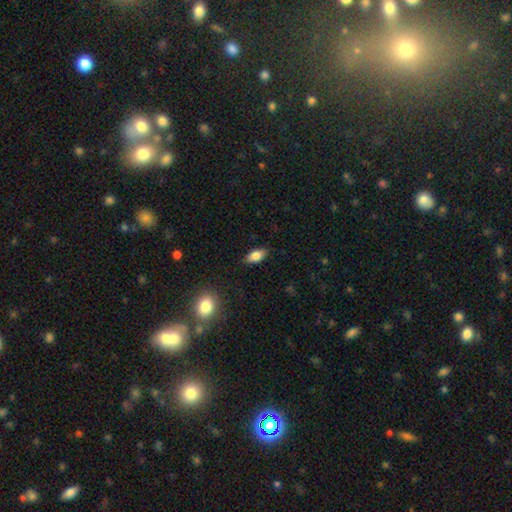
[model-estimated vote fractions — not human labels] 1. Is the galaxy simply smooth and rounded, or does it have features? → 80% smooth, 12% featured or disk, 8% star or artifact.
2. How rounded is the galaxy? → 88% in between, 7% cigar-shaped, 5% round.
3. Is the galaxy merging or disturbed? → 85% none, 12% minor disturbance, 3% major disturbance, 1% merger.